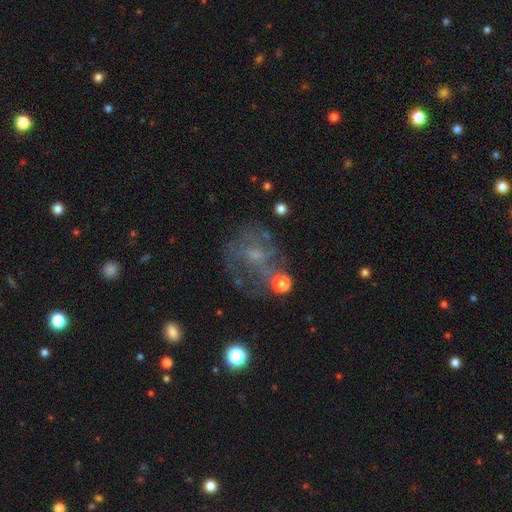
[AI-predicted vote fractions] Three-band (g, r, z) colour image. It shows a featured or disk galaxy (57%) with no bar (66%), spiral arms (54%) and a small central bulge (56%). Merging: none (52%).